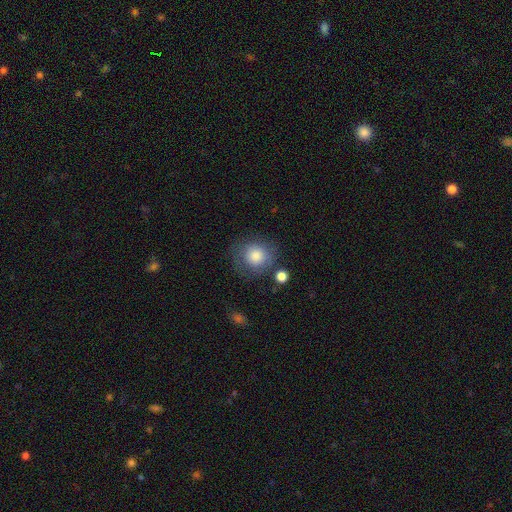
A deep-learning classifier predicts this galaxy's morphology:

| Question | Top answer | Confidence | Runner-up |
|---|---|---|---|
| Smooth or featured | smooth | 79% | featured or disk (12%) |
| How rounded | round | 86% | in between (13%) |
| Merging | none | 69% | minor disturbance (18%) |